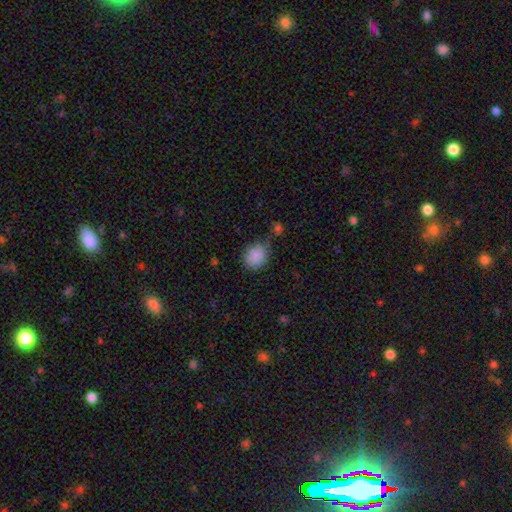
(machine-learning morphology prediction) type=smooth (86%); roundness=round (63%); merging=none (65%).